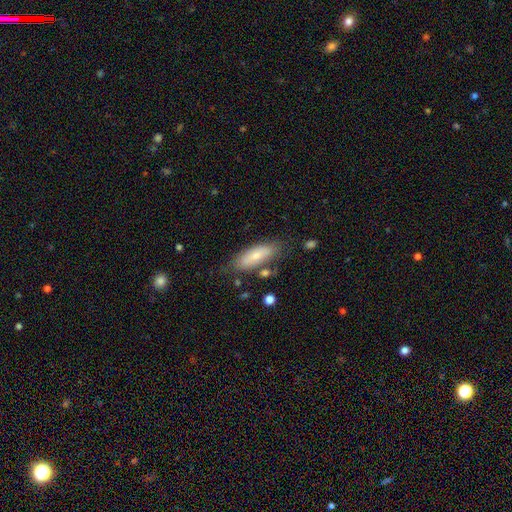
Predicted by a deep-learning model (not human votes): Smooth or featured? smooth (69%)
How rounded? in between (66%)
Merging? none (71%)